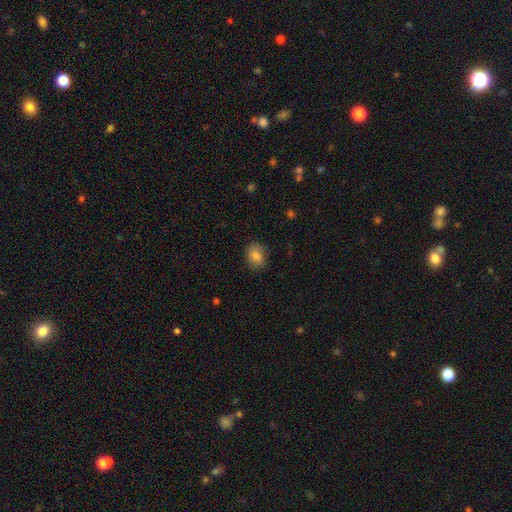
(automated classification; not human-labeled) Overall: smooth (82%). How rounded: in between (68%; round 30%). Merging: none (84%).